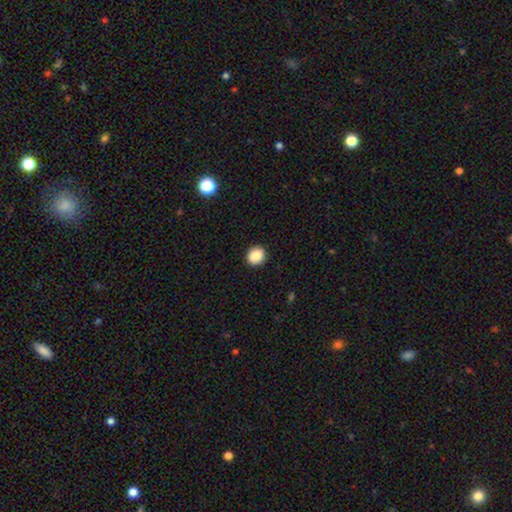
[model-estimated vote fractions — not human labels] Smooth or featured: smooth — 87% (star or artifact — 9%)
How rounded: round — 76% (in between — 23%)
Merging: none — 92% (minor disturbance — 5%)